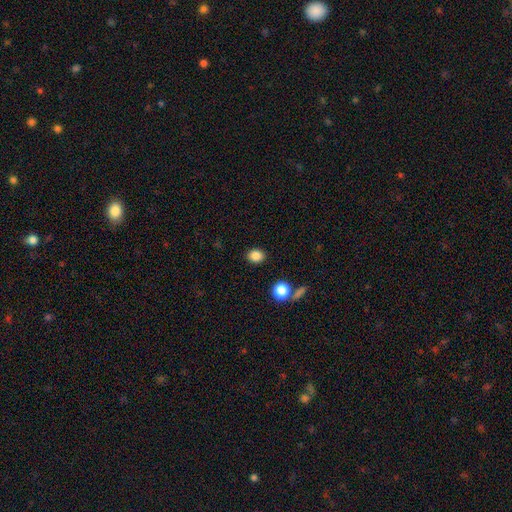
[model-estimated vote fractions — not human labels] A smooth galaxy with no disk features (85%) that is round (53%). Merging: none (87%).